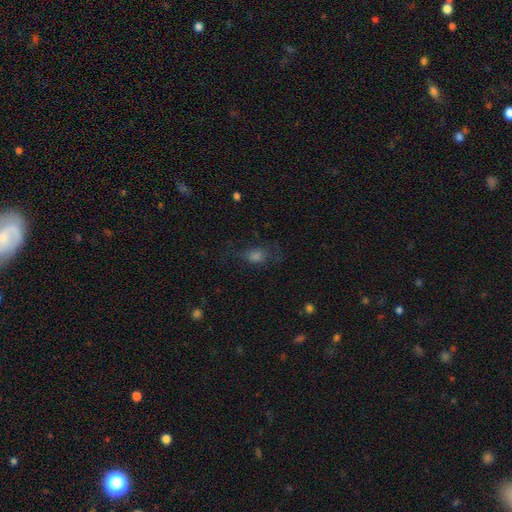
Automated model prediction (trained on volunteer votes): Overall: smooth (56%; star or artifact 23%). How rounded: in between (68%). Merging: none (59%; minor disturbance 20%).